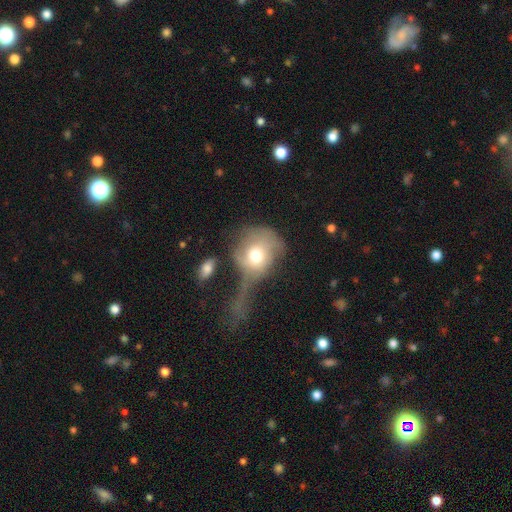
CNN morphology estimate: A smooth galaxy with no disk features (58%) that is round (72%).

Vote fractions:
- Smooth or featured? smooth: 58% / featured or disk: 32% / star or artifact: 9%
- How rounded? round: 72% / in between: 27% / cigar-shaped: 1%
- Merging? major disturbance: 55% / merger: 16% / none: 15% / minor disturbance: 14%